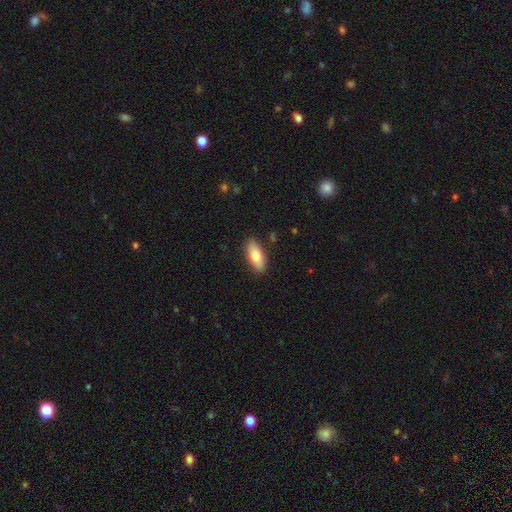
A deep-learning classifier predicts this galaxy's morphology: Smooth or featured: smooth — 76% (featured or disk — 18%)
How rounded: in between — 77% (cigar-shaped — 20%)
Merging: none — 88% (minor disturbance — 9%)